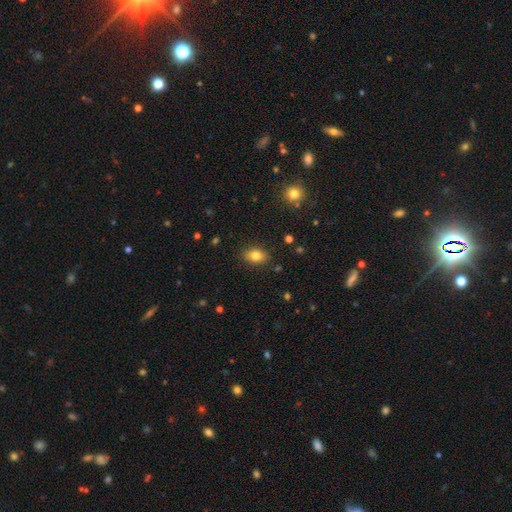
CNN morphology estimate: Smooth or featured? Predicted: smooth (p=0.80). How rounded? Predicted: in between (p=0.83). Merging? Predicted: none (p=0.86).